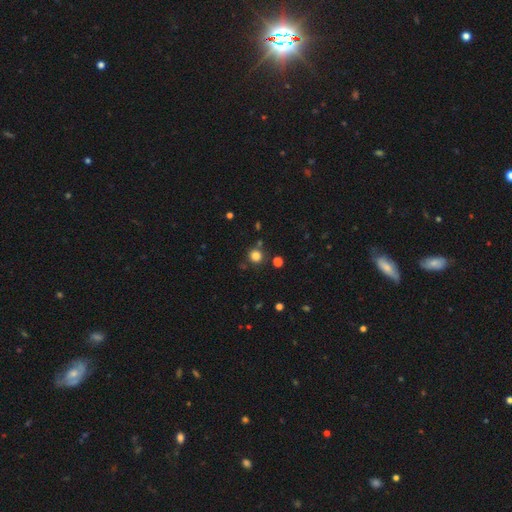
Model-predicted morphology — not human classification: Smooth or featured? Predicted: smooth (p=0.81). How rounded? Predicted: round (p=0.92). Merging? Predicted: none (p=0.82).